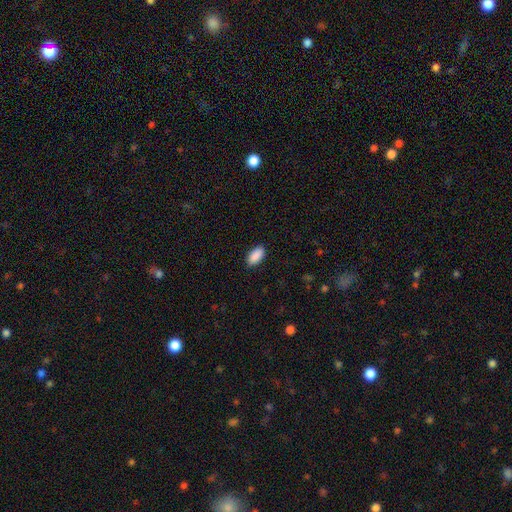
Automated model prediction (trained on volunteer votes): Q: Smooth or featured?
A: smooth (91%); runner-up: star or artifact (6%)
Q: How rounded?
A: in between (93%); runner-up: cigar-shaped (5%)
Q: Merging?
A: none (88%); runner-up: minor disturbance (9%)